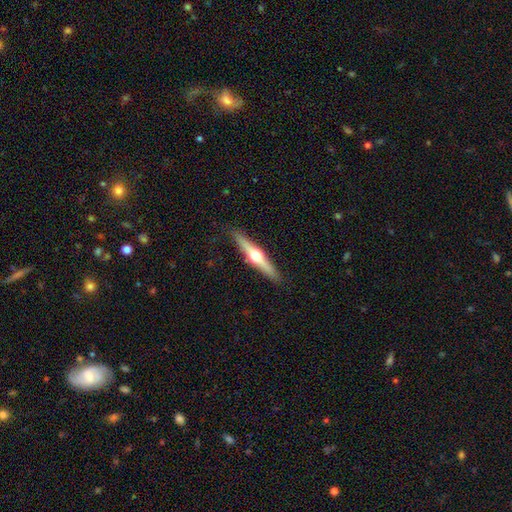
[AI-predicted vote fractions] This is likely a featured or disk galaxy (69%). It is clearly viewed edge-on (97%). Edge-on bulge: clearly rounded (95%). Merging: clearly none (89%).